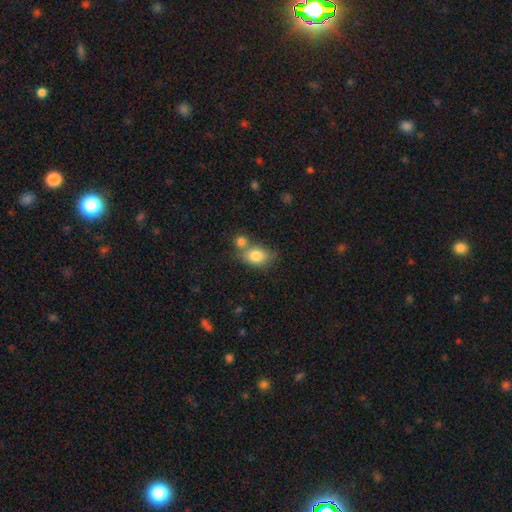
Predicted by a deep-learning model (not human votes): Smooth or featured? smooth (81%)
How rounded? in between (68%)
Merging? none (43%)